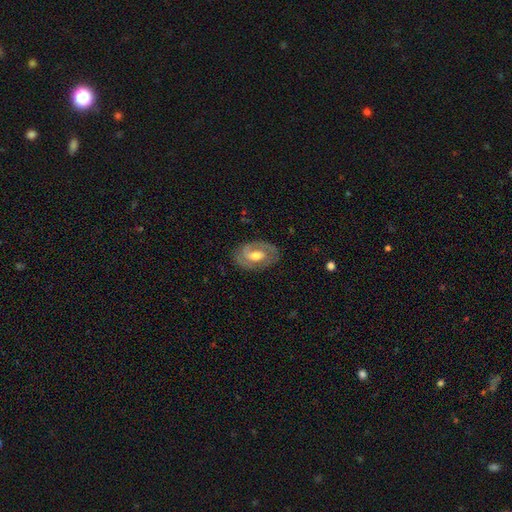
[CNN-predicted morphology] A featured or disk galaxy (79%) with a weak bar (43%), 2 (76%) tight (50%) spiral arms (88%) and a moderate central bulge (71%).

Vote fractions:
- Smooth or featured? featured or disk: 79% / smooth: 16% / star or artifact: 5%
- Edge-on disk? no: 96% / yes: 4%
- Bar? weak: 43% / no: 39% / strong: 18%
- Spiral arms? yes: 88% / no: 12%
- Spiral winding? tight: 50% / medium: 39% / loose: 11%
- Spiral arm count? 2: 76% / can't tell: 10% / 1: 10% / 3: 2% / 4: 1% / more than 4: 1%
- Bulge size? moderate: 71% / small: 16% / large: 10% / none: 1% / dominant: 1%
- Merging? none: 79% / minor disturbance: 15% / major disturbance: 5% / merger: 1%